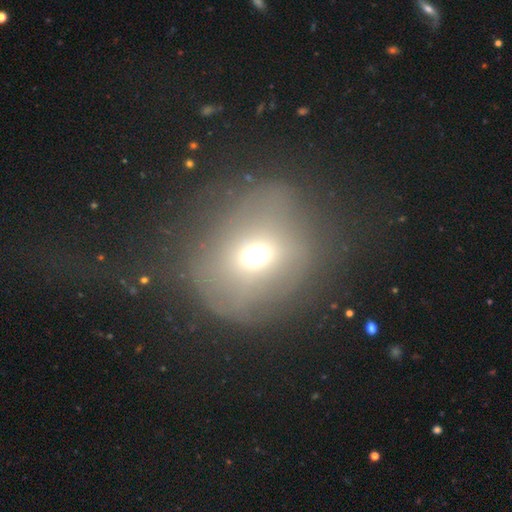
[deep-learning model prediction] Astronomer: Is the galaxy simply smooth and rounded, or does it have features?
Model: smooth — 55%.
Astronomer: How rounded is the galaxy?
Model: round — 69%.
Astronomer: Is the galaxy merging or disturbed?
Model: none — 46% (runner-up: major disturbance, 29%).